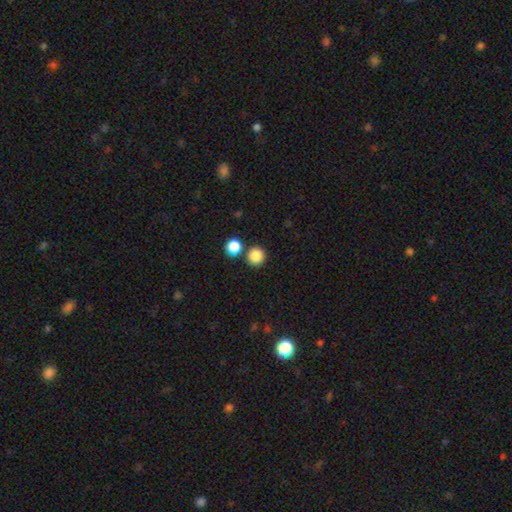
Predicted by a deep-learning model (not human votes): The model was most divided on "merging": none: 82%, merger: 9%, minor disturbance: 7%, major disturbance: 2%. More confident: how rounded — round (93%); smooth or featured — smooth (86%).